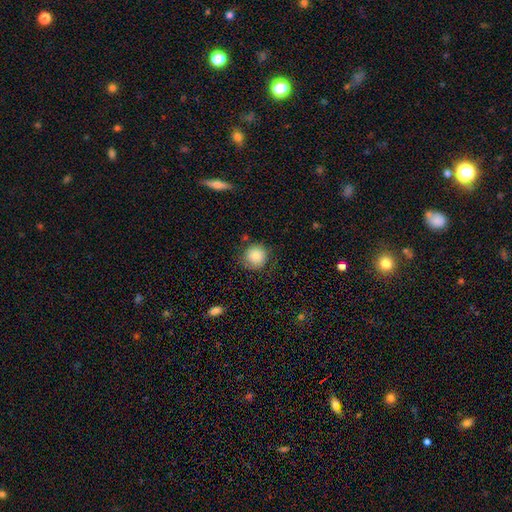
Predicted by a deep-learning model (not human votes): A smooth galaxy with no disk features (80%) that is round (93%).

Vote fractions:
- Smooth or featured? smooth: 80% / featured or disk: 11% / star or artifact: 9%
- How rounded? round: 93% / in between: 6% / cigar-shaped: 1%
- Merging? none: 77% / minor disturbance: 15% / major disturbance: 6% / merger: 2%